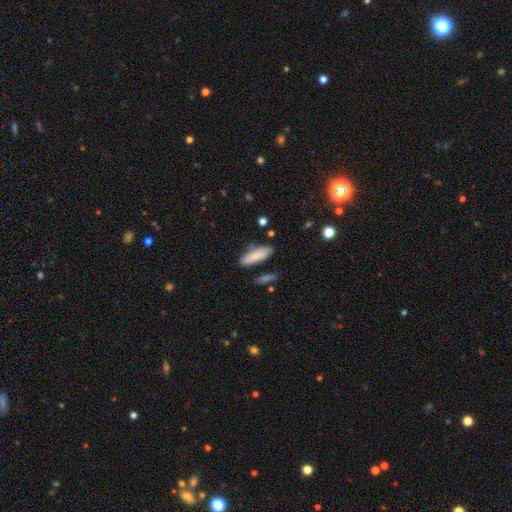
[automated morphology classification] Smooth or featured? smooth (85%)
How rounded? in between (52%)
Merging? none (77%)